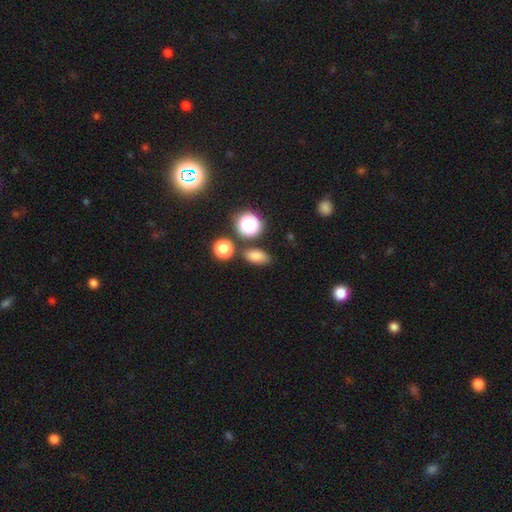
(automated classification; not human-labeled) smooth 77%, star or artifact 16%, featured or disk 6%. Down the decision tree: how rounded — in between (79%); merging — none (77%).